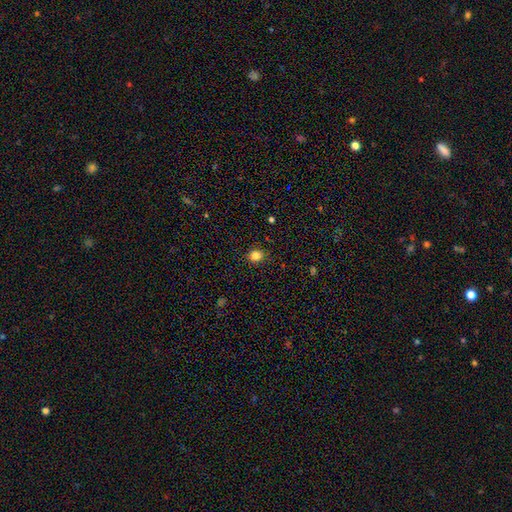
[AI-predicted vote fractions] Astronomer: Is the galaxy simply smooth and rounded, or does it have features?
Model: smooth — 83%.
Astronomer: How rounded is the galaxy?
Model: round — 79%.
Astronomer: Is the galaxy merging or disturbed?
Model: none — 88%.